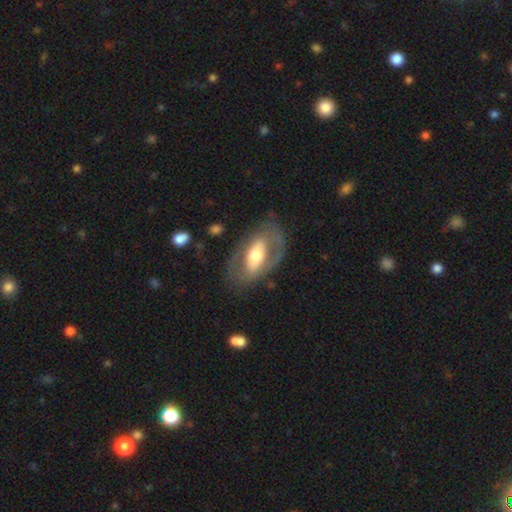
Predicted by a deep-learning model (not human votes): This is likely a featured or disk galaxy (64%). It is clearly not viewed edge-on (90%). Bar: marginally no (39%). Spiral arm pattern: possibly no (57%). Central bulge: possibly moderate (59%). Merging: likely none (70%).